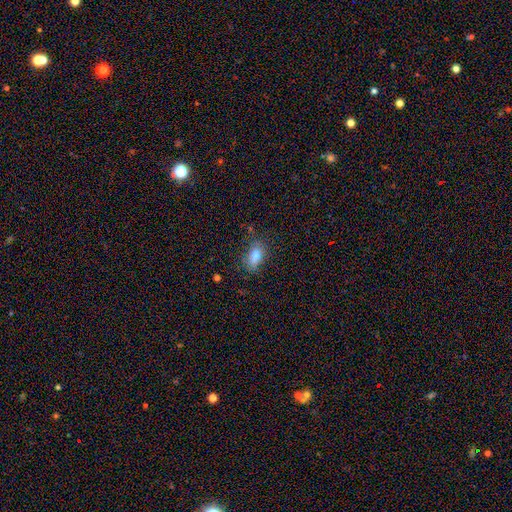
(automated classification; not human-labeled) Smooth or featured: smooth — 76% (featured or disk — 13%)
How rounded: in between — 83% (round — 12%)
Merging: none — 75% (minor disturbance — 18%)